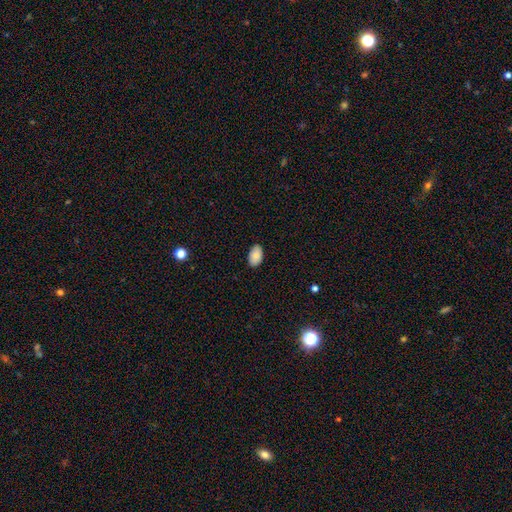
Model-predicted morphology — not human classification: Overall: smooth (87%). How rounded: in between (94%). Merging: none (86%).